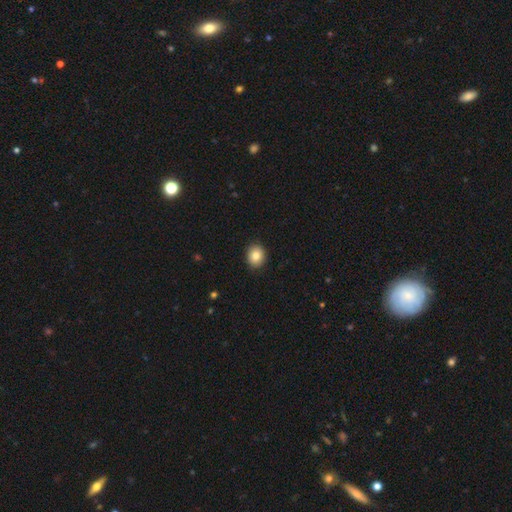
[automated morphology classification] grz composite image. It shows a smooth galaxy with no disk features (84%) that is round (63%). Merging: none (91%).